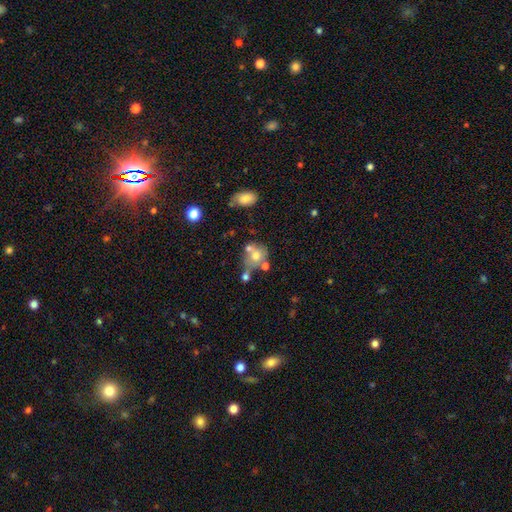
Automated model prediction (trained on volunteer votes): Q: Smooth or featured?
A: smooth (60%); runner-up: featured or disk (28%)
Q: How rounded?
A: round (68%); runner-up: in between (31%)
Q: Merging?
A: merger (44%); runner-up: none (34%)